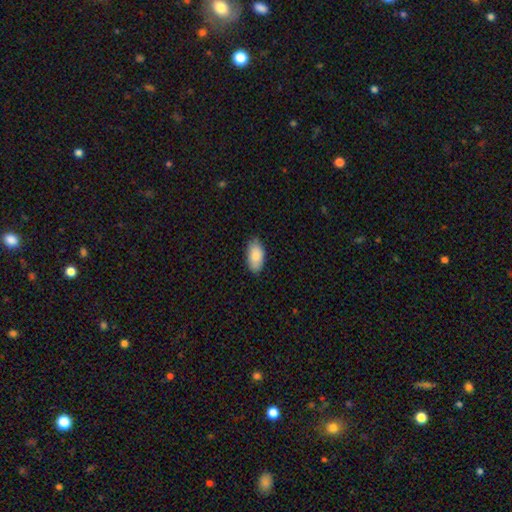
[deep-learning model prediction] Smooth or featured: smooth — 86% (featured or disk — 8%)
How rounded: in between — 94% (cigar-shaped — 4%)
Merging: none — 83% (minor disturbance — 14%)